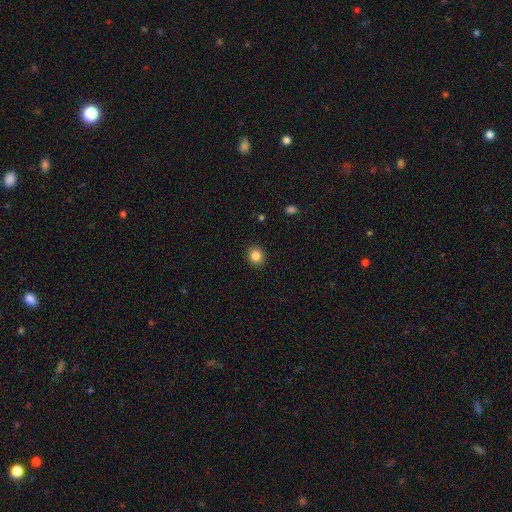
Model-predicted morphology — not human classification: Overall: smooth (85%). How rounded: round (80%). Merging: none (91%).